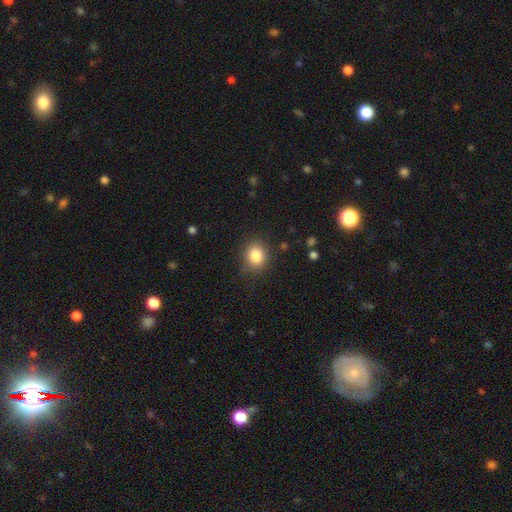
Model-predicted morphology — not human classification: Smooth or featured? Predicted: smooth (p=0.84). How rounded? Predicted: round (p=0.66). Merging? Predicted: none (p=0.84).